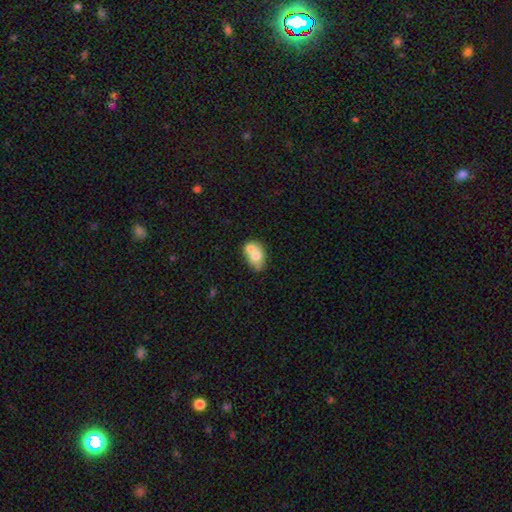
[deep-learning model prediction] A smooth galaxy with no disk features (64%) that is in between round and cigar-shaped (69%). Merging: merger (61%).